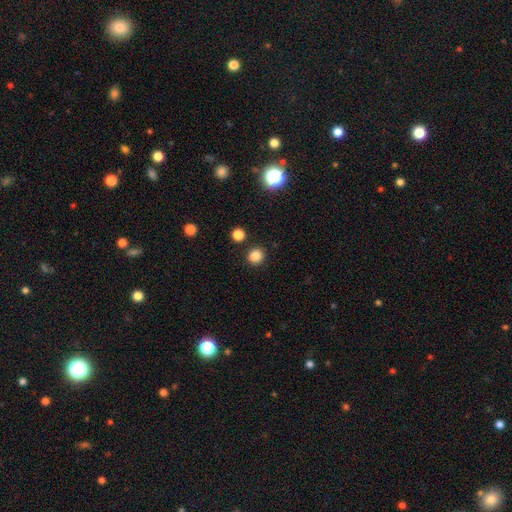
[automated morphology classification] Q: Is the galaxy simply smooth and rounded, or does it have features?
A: smooth — 84%.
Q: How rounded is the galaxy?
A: round — 84%.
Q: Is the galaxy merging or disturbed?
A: none — 88%.